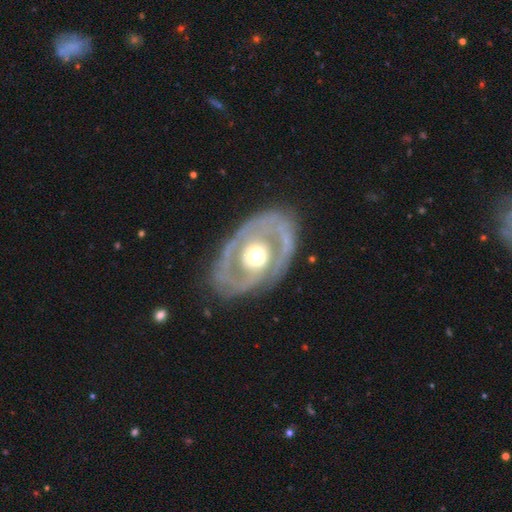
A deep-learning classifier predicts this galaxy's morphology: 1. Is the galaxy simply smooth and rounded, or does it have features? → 80% featured or disk, 16% smooth, 4% star or artifact.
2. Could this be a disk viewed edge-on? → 94% no, 6% yes.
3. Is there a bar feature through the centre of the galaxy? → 74% no, 18% weak, 8% strong.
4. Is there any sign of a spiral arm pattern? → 56% yes, 44% no.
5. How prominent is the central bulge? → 67% moderate, 22% large, 8% small, 2% dominant, 1% none.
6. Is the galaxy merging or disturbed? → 76% none, 14% minor disturbance, 8% major disturbance, 2% merger.